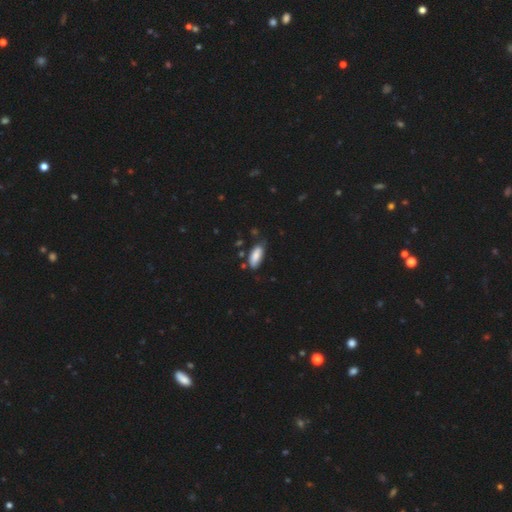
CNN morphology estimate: Smooth or featured: smooth — 82% (featured or disk — 12%)
How rounded: in between — 84% (cigar-shaped — 14%)
Merging: none — 64% (minor disturbance — 27%)